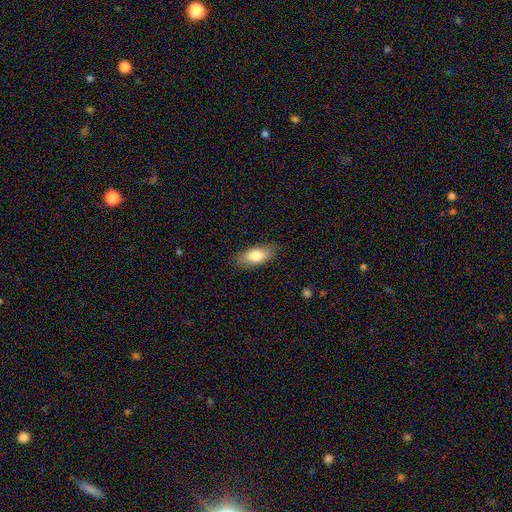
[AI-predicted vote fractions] Morphology: type=smooth (77%); roundness=in between (84%); merging=none (83%).